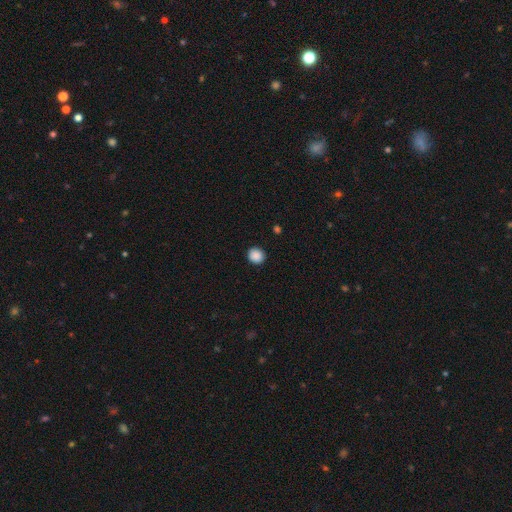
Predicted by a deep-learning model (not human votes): Morphology: type=smooth (89%); roundness=round (86%); merging=none (91%).